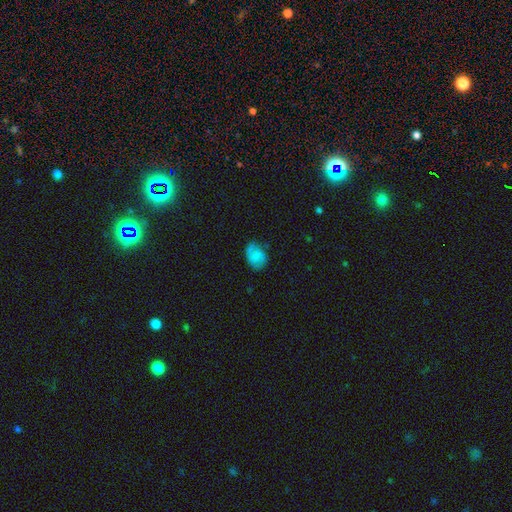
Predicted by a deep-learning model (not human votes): smooth 64%, featured or disk 27%, star or artifact 9%. Down the decision tree: how rounded — in between (73%); merging — none (57%).